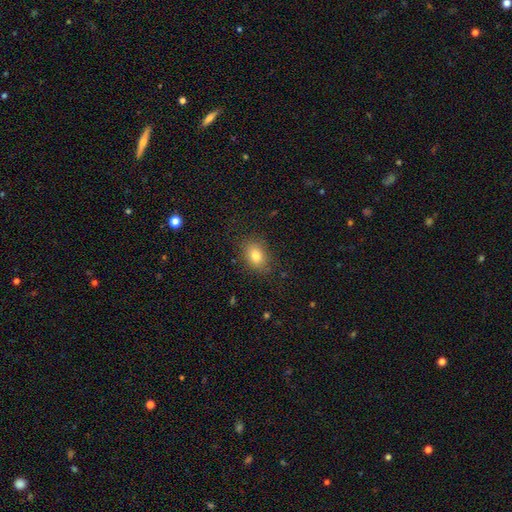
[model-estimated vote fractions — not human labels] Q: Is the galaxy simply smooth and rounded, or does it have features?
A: smooth — 79%.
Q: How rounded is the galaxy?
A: in between — 69%.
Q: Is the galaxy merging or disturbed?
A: none — 82%.